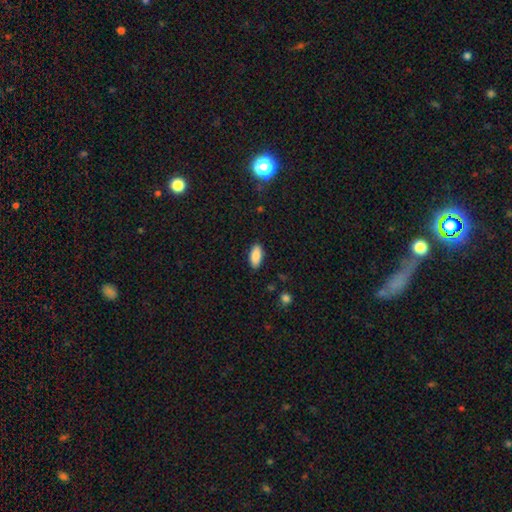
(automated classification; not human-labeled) Smooth or featured: smooth — 89% (star or artifact — 7%)
How rounded: in between — 86% (cigar-shaped — 12%)
Merging: none — 88% (minor disturbance — 9%)